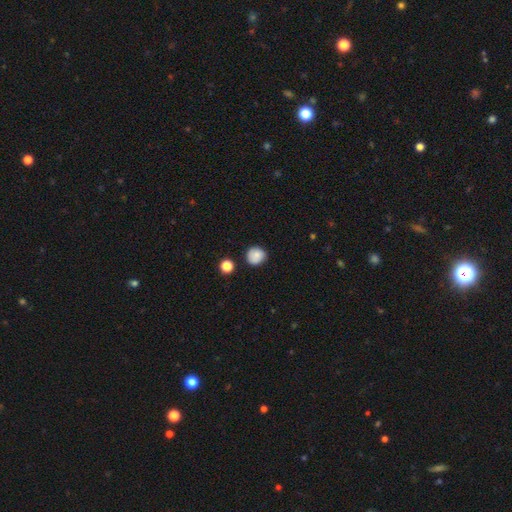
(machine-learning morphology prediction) This is clearly a smooth galaxy (82%). How rounded: clearly round (89%). Merging: clearly none (82%).